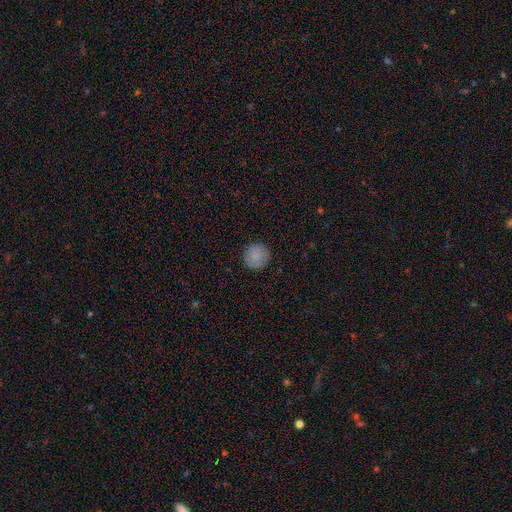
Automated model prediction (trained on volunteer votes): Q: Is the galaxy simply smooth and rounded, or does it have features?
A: smooth — 85%.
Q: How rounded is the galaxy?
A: round — 95%.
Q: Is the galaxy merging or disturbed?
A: none — 89%.